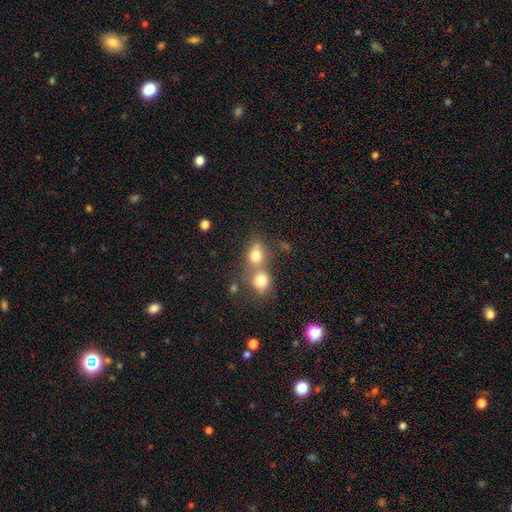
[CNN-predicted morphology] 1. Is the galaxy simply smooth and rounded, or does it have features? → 76% smooth, 12% featured or disk, 12% star or artifact.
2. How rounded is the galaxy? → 54% round, 44% in between, 2% cigar-shaped.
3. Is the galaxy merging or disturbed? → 55% merger, 32% none, 8% minor disturbance, 4% major disturbance.